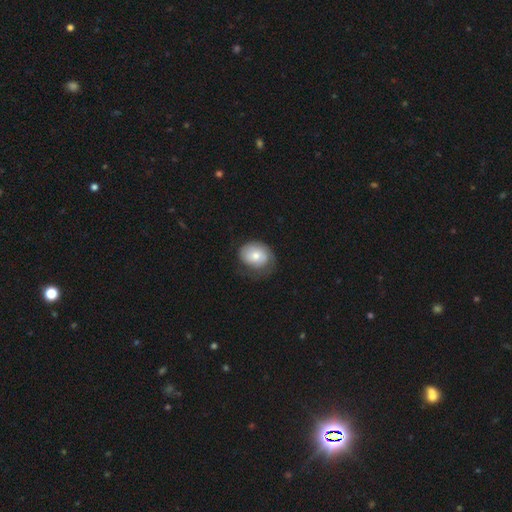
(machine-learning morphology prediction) type=smooth (58%); roundness=round (53%); merging=none (51%).